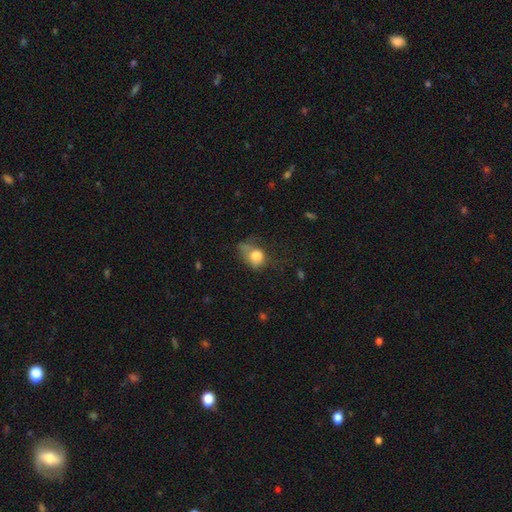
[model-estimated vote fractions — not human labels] This appears to be a smooth galaxy with no disk features (77%) that is in between round and cigar-shaped (54%). Merging: major disturbance (35%).